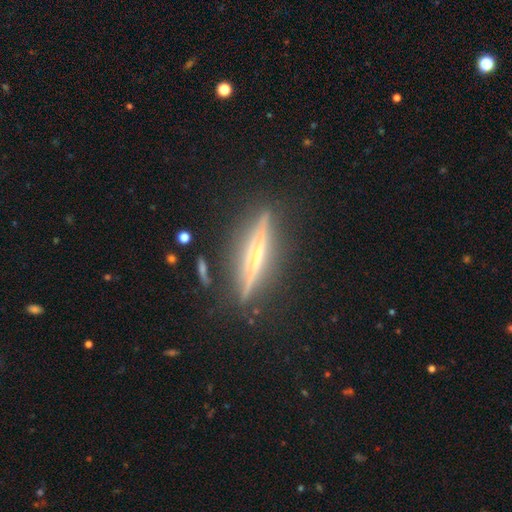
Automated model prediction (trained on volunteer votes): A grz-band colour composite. It shows a featured or disk galaxy (79%) viewed edge-on (96%) with a rounded central bulge (53%). Merging: none (82%).